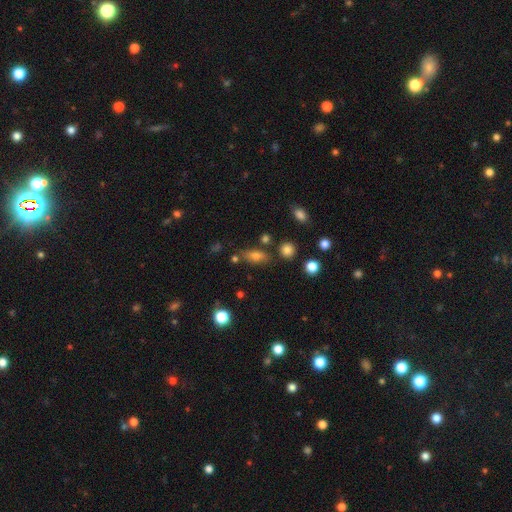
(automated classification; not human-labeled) Morphology: type=smooth (76%); roundness=in between (80%); merging=none (72%).